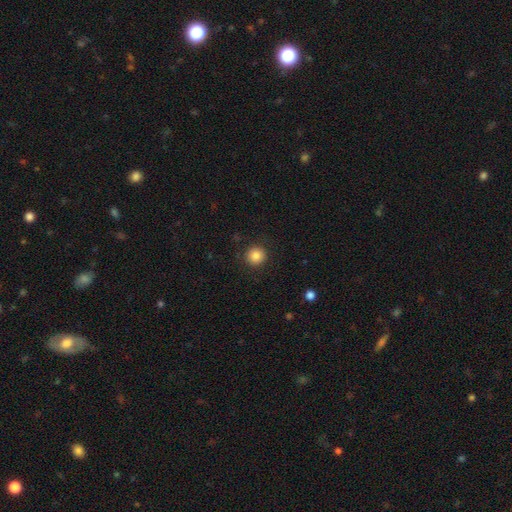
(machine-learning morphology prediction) The model was most divided on "smooth or featured": smooth: 85%, star or artifact: 10%, featured or disk: 5%. More confident: how rounded — round (94%); merging — none (90%).